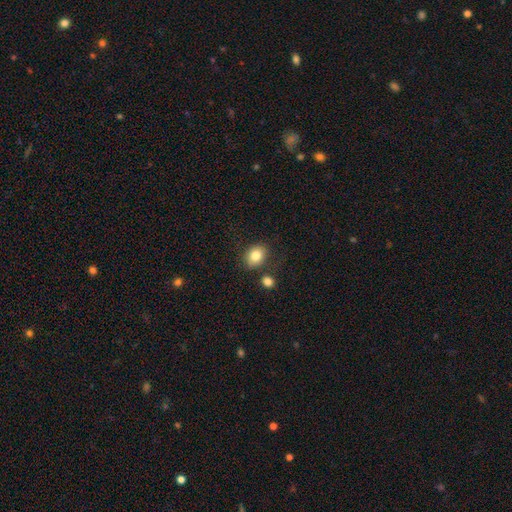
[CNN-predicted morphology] Overall: smooth (83%). How rounded: in between (56%; round 43%). Merging: none (77%).